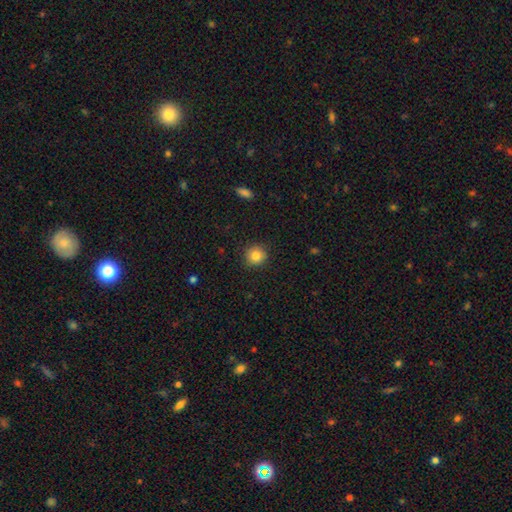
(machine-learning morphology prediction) smooth 84%, star or artifact 10%, featured or disk 6%. Down the decision tree: how rounded — round (92%); merging — none (90%).